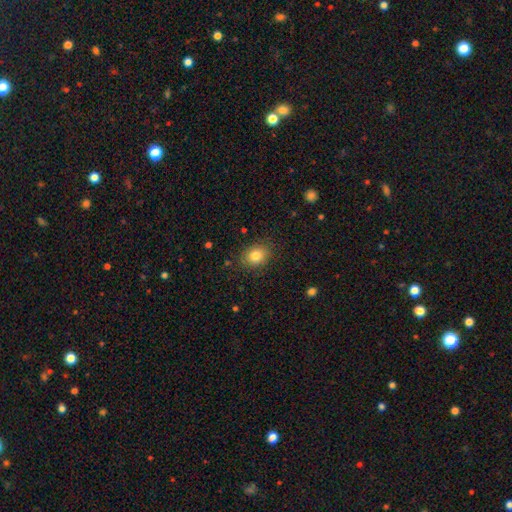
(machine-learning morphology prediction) smooth-or-featured: smooth: 82% | star or artifact: 10% | featured or disk: 9%
  how-rounded: in between: 51% | round: 48% | cigar-shaped: 1%
  merging: none: 84% | minor disturbance: 11% | major disturbance: 3% | merger: 1%